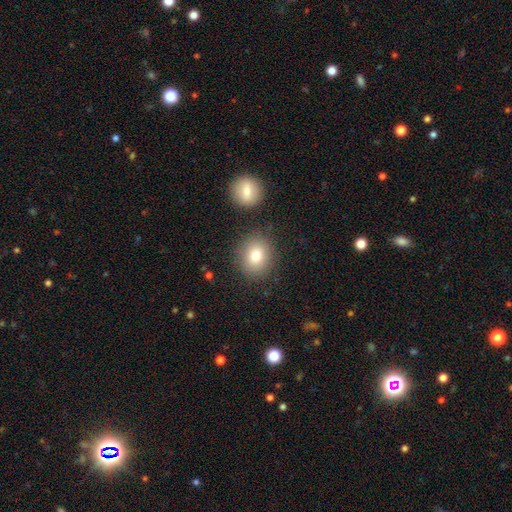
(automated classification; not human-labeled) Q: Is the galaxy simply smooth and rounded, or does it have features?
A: smooth — 79%.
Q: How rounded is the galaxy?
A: round — 81%.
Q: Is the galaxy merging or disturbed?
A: none — 81%.